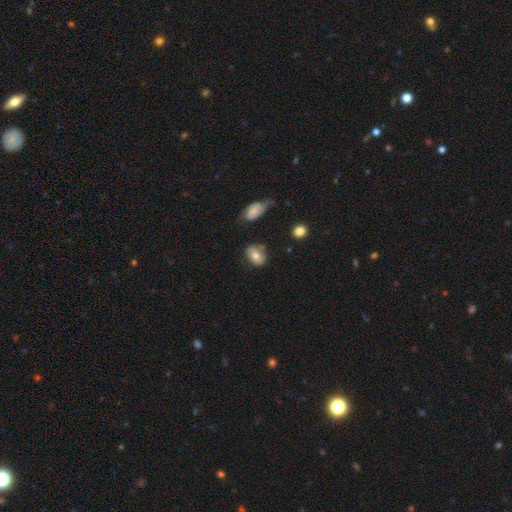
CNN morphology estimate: A smooth galaxy with no disk features (70%) that is in between round and cigar-shaped (68%).

Vote fractions:
- Smooth or featured? smooth: 70% / featured or disk: 22% / star or artifact: 8%
- How rounded? in between: 68% / round: 30% / cigar-shaped: 1%
- Merging? none: 61% / minor disturbance: 26% / major disturbance: 8% / merger: 4%